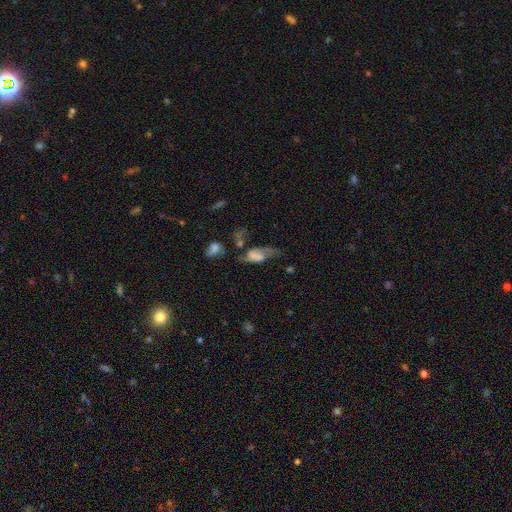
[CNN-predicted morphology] type=featured or disk (54%); edge-on=no (90%); merging=none (32%, tied with major disturbance).